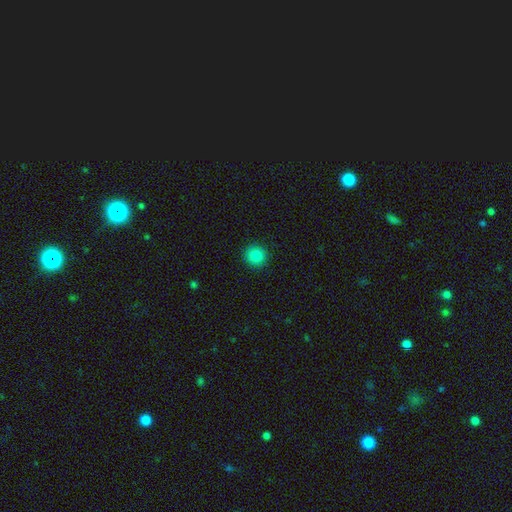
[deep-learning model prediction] Q: Smooth or featured?
A: smooth (87%); runner-up: star or artifact (10%)
Q: How rounded?
A: round (95%); runner-up: in between (5%)
Q: Merging?
A: none (92%); runner-up: minor disturbance (5%)